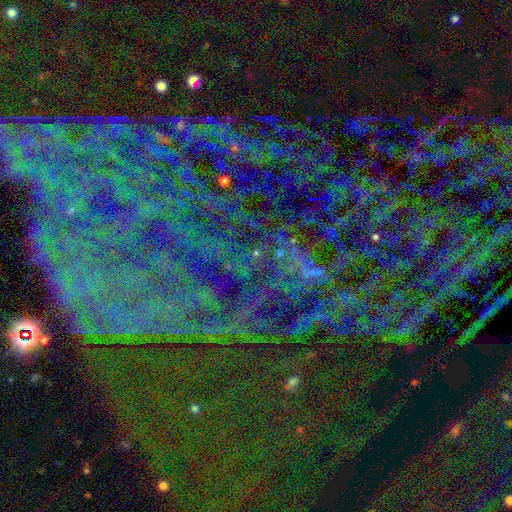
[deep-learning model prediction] This appears to be a star or artifact, not a galaxy (84%).